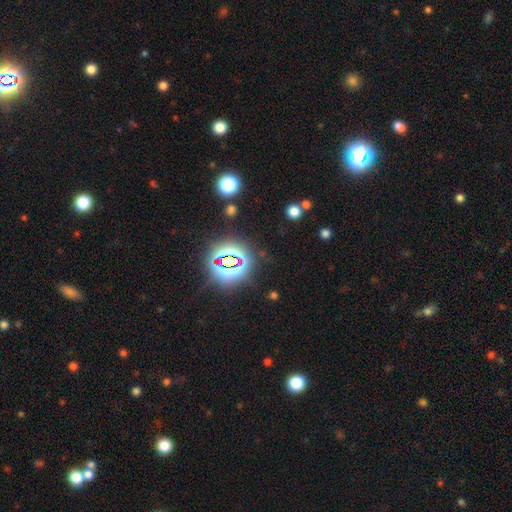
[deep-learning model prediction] A star or artifact, not a galaxy (82%).